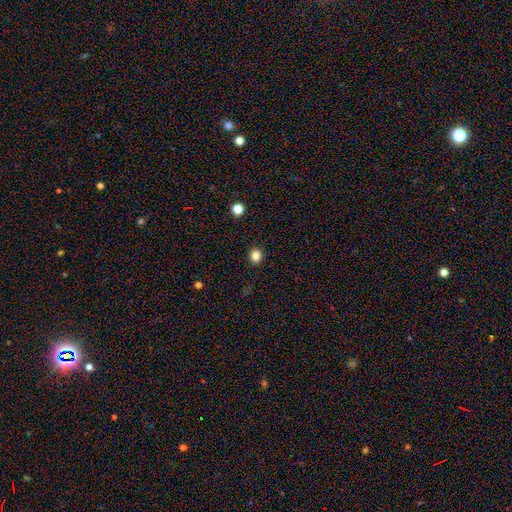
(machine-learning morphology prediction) This is clearly a smooth galaxy (82%). How rounded: likely round (77%). Merging: clearly none (91%).